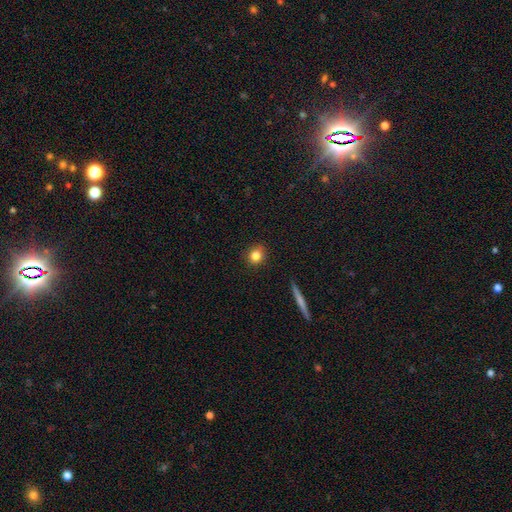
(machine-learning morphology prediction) type=smooth (81%); roundness=round (84%); merging=none (88%).